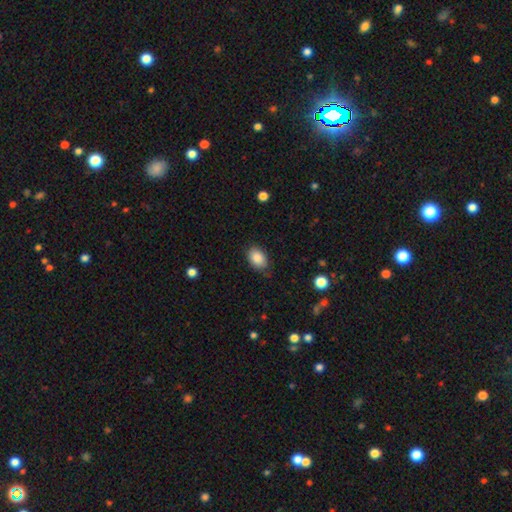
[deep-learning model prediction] smooth-or-featured: smooth: 87% | star or artifact: 8% | featured or disk: 5%
  how-rounded: in between: 82% | round: 17% | cigar-shaped: 1%
  merging: none: 78% | minor disturbance: 17% | major disturbance: 3% | merger: 1%